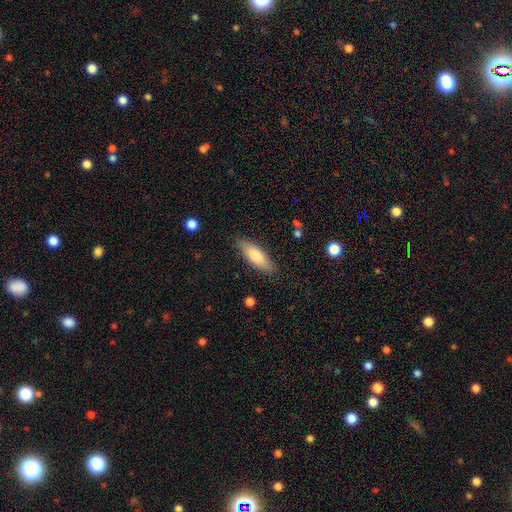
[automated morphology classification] smooth_or_featured: smooth (p=0.76) [alt: featured or disk p=0.18]
how_rounded: in between (p=0.61) [alt: cigar-shaped p=0.37]
merging: none (p=0.85) [alt: minor disturbance p=0.11]